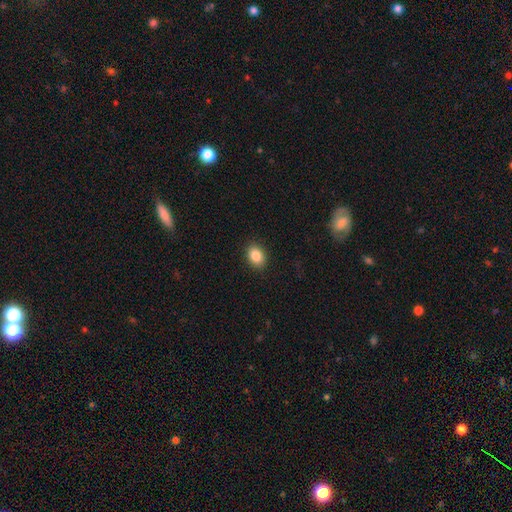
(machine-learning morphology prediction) A smooth galaxy with no disk features (85%) that is in between round and cigar-shaped (68%).

Vote fractions:
- Smooth or featured? smooth: 85% / star or artifact: 9% / featured or disk: 6%
- How rounded? in between: 68% / round: 31% / cigar-shaped: 1%
- Merging? none: 90% / minor disturbance: 7% / major disturbance: 2% / merger: 1%